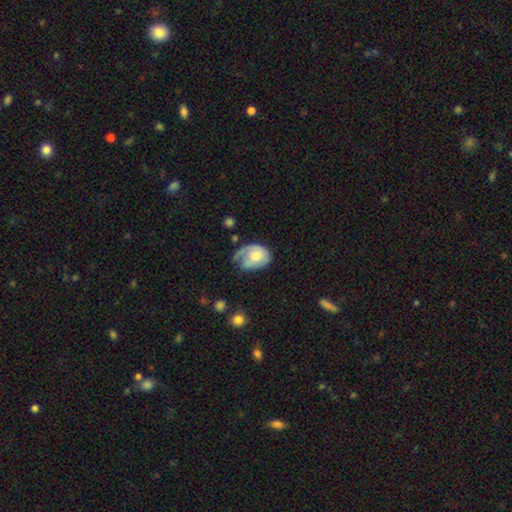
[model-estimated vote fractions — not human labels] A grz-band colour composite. It shows a featured or disk galaxy (49%). Merging: none (35%).